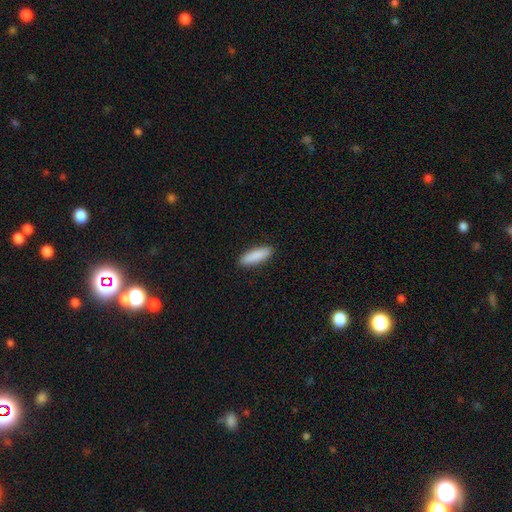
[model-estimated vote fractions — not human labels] smooth-or-featured: smooth: 89% | featured or disk: 6% | star or artifact: 5%
  how-rounded: cigar-shaped: 53% | in between: 46% | round: 2%
  merging: none: 91% | minor disturbance: 7% | major disturbance: 2% | merger: 1%